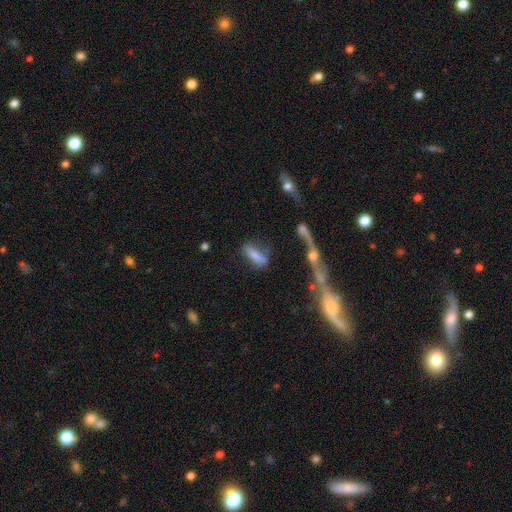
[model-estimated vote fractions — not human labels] Smooth or featured?
  - smooth: 68% *
  - featured or disk: 23%
  - star or artifact: 10%
How rounded?
  - in between: 57% *
  - cigar-shaped: 39%
  - round: 4%
Merging?
  - none: 52% *
  - minor disturbance: 21%
  - merger: 14%
  - major disturbance: 13%